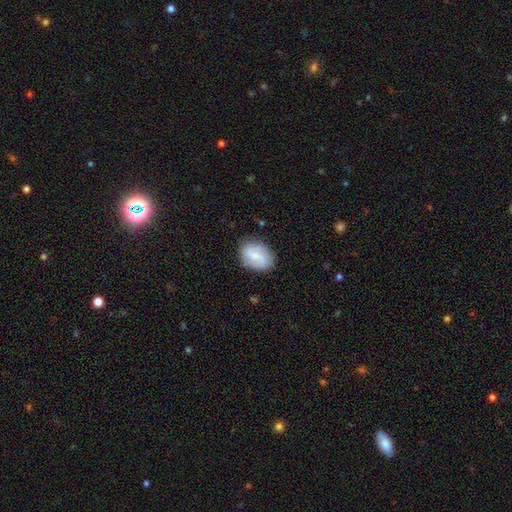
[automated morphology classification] Overall: featured or disk (49%; smooth 44%). Merging: none (76%).